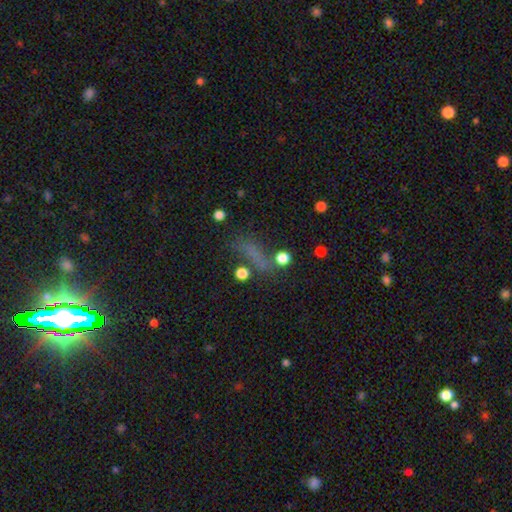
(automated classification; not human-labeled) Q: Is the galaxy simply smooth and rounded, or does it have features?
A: smooth — 46%.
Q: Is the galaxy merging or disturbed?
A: none — 57%.